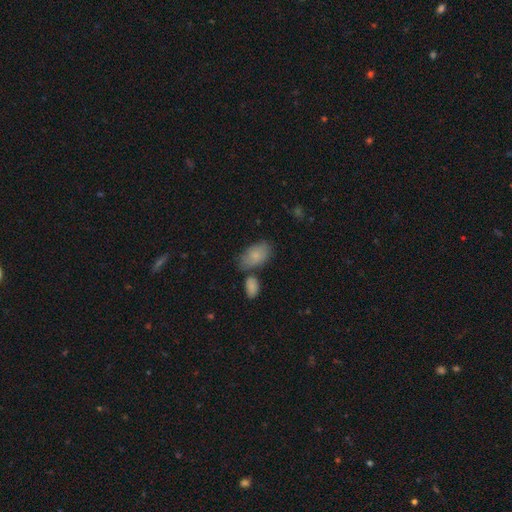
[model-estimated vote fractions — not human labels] smooth 79%, featured or disk 14%, star or artifact 7%. Down the decision tree: how rounded — in between (93%); merging — none (57%).